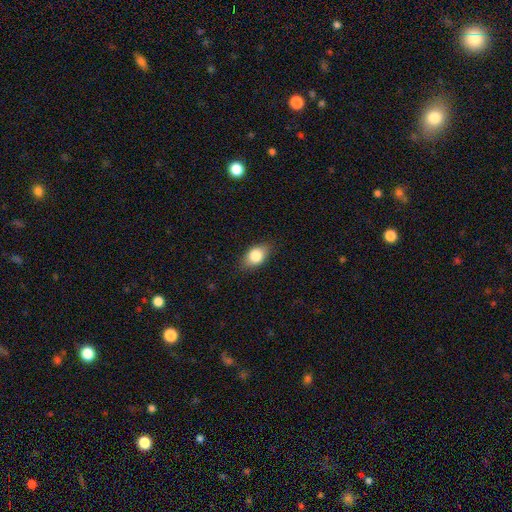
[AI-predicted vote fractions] smooth-or-featured: smooth: 82% | featured or disk: 10% | star or artifact: 8%
  how-rounded: in between: 82% | round: 16% | cigar-shaped: 2%
  merging: none: 82% | minor disturbance: 14% | major disturbance: 3% | merger: 1%